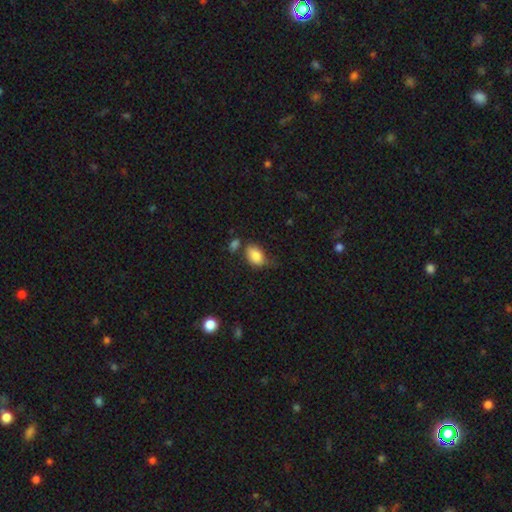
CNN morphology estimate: This appears to be a smooth galaxy with no disk features (84%) that is in between round and cigar-shaped (84%). Merging: none (44%).